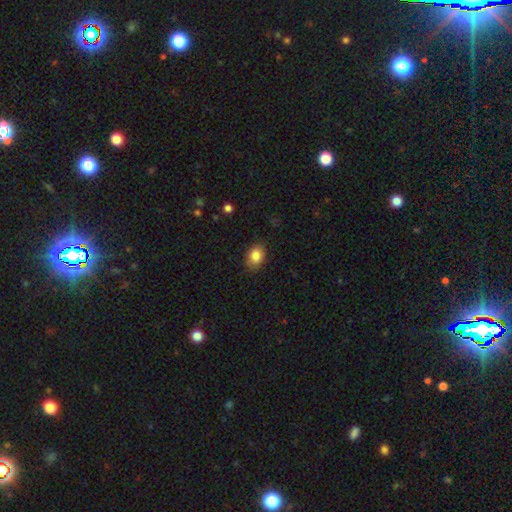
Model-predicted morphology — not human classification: Q: Smooth or featured?
A: smooth (84%); runner-up: star or artifact (9%)
Q: How rounded?
A: in between (72%); runner-up: round (26%)
Q: Merging?
A: none (84%); runner-up: minor disturbance (12%)